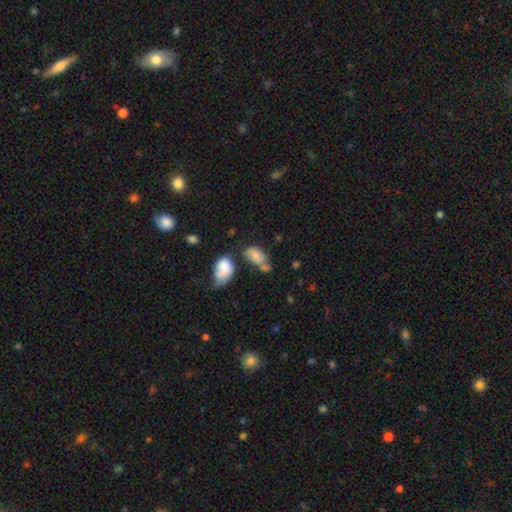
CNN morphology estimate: This appears to be a smooth galaxy with no disk features (73%) that is in between round and cigar-shaped (89%). Merging: none (33%).